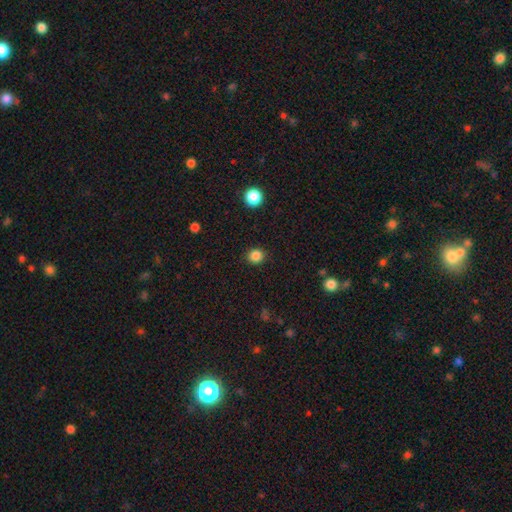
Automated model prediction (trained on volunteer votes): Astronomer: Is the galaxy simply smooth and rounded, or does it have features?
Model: smooth — 84%.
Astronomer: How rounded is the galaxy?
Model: round — 86%.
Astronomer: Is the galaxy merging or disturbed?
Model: none — 90%.